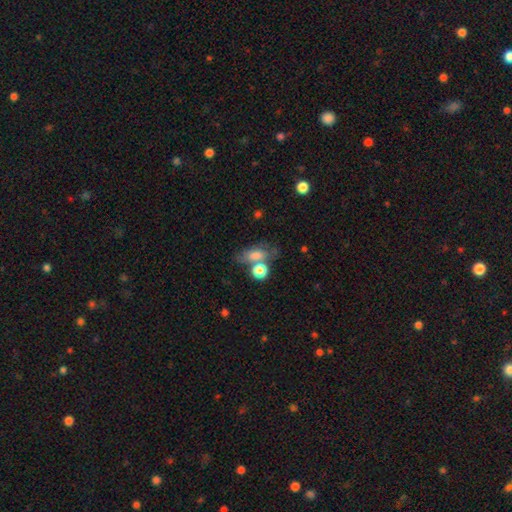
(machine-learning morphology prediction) Overall: smooth (69%). How rounded: in between (71%). Merging: none (45%; merger 25%).